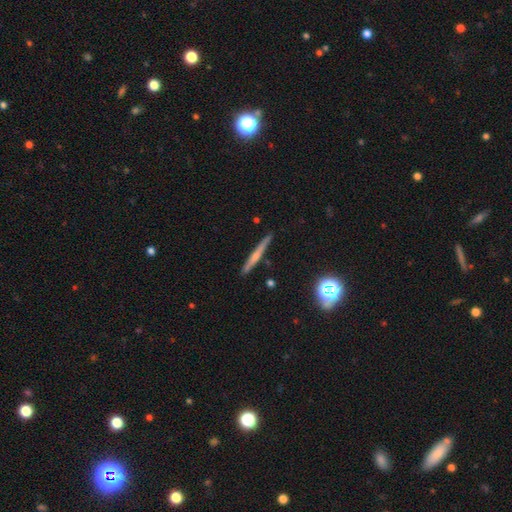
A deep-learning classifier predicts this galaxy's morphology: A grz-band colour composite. It shows a featured or disk galaxy (51%) viewed edge-on (96%). Merging: none (88%).